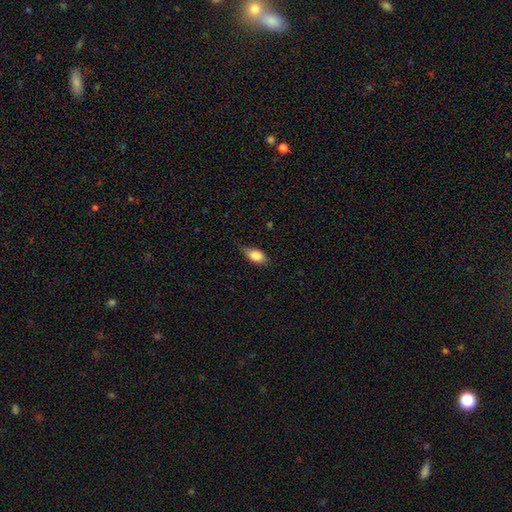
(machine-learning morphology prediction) type=smooth (83%); roundness=in between (88%); merging=none (65%).